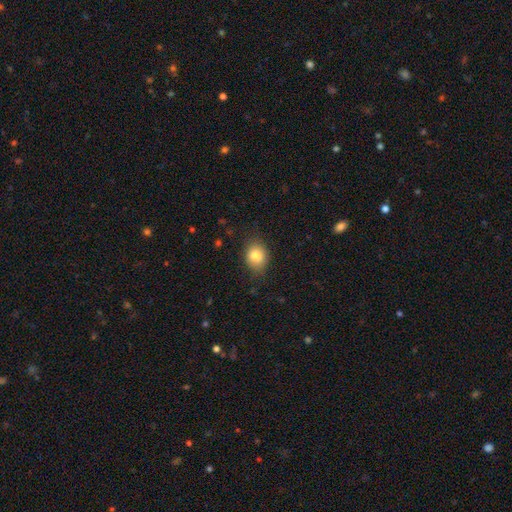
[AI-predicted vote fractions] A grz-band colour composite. It shows a smooth galaxy with no disk features (82%) that is round (50%). Merging: none (80%).